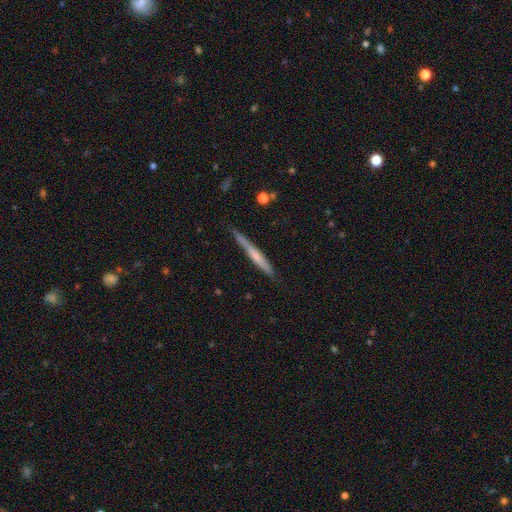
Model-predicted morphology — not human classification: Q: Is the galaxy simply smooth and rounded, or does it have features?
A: featured or disk — 48%.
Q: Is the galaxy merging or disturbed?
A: none — 82%.